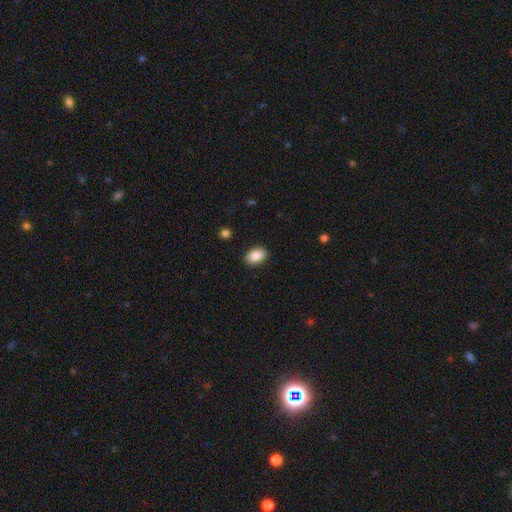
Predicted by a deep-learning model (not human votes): Smooth or featured: smooth — 87% (star or artifact — 8%)
How rounded: in between — 87% (round — 12%)
Merging: none — 90% (minor disturbance — 7%)